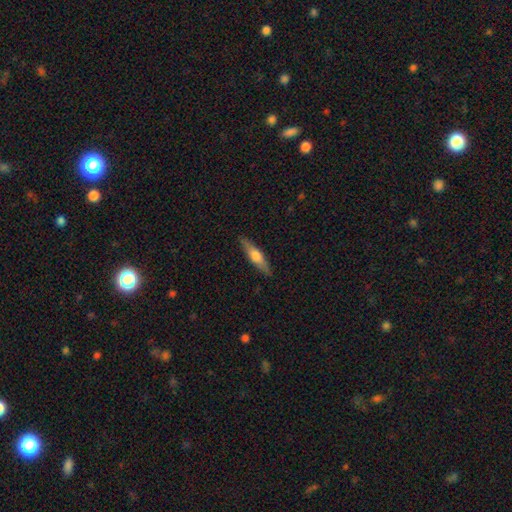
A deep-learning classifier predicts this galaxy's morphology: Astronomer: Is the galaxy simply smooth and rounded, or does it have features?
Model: smooth — 49% (runner-up: featured or disk, 45%).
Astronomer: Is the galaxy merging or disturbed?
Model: none — 88%.